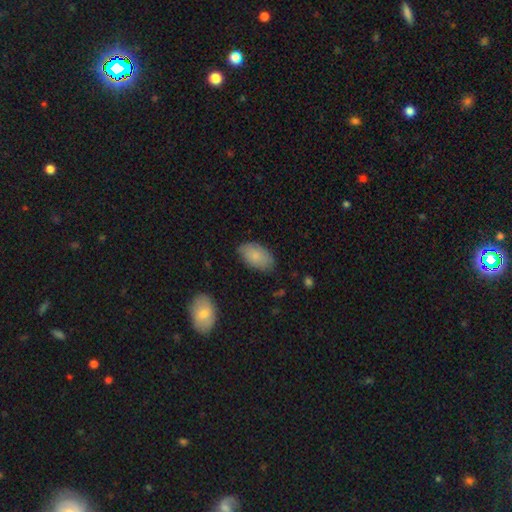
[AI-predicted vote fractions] A smooth galaxy with no disk features (83%) that is in between round and cigar-shaped (94%).

Vote fractions:
- Smooth or featured? smooth: 83% / featured or disk: 11% / star or artifact: 6%
- How rounded? in between: 94% / round: 4% / cigar-shaped: 2%
- Merging? none: 79% / minor disturbance: 17% / major disturbance: 3% / merger: 1%